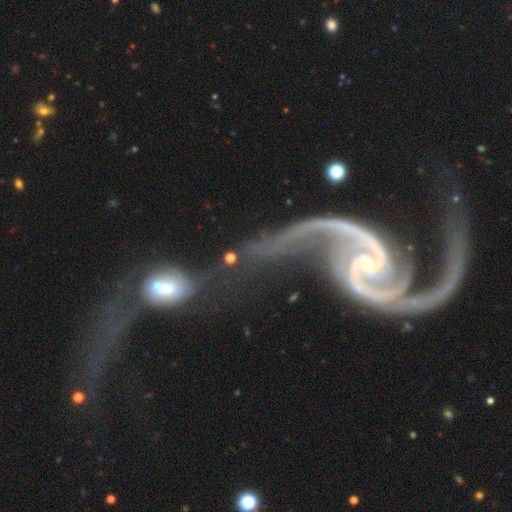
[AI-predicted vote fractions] Smooth or featured?
  - featured or disk: 89% *
  - smooth: 6%
  - star or artifact: 5%
Edge-on disk?
  - no: 97% *
  - yes: 3%
Bar?
  - no: 42% *
  - weak: 40%
  - strong: 18%
Spiral arms?
  - yes: 97% *
  - no: 3%
Spiral winding?
  - loose: 58% *
  - medium: 32%
  - tight: 10%
Spiral arm count?
  - 2: 93% *
  - can't tell: 2%
  - 1: 2%
  - 3: 1%
  - 4: 1%
  - more than 4: 1%
Bulge size?
  - small: 75% *
  - moderate: 18%
  - none: 3%
  - large: 2%
  - dominant: 2%
Merging?
  - none: 34% *
  - merger: 33%
  - minor disturbance: 17%
  - major disturbance: 16%